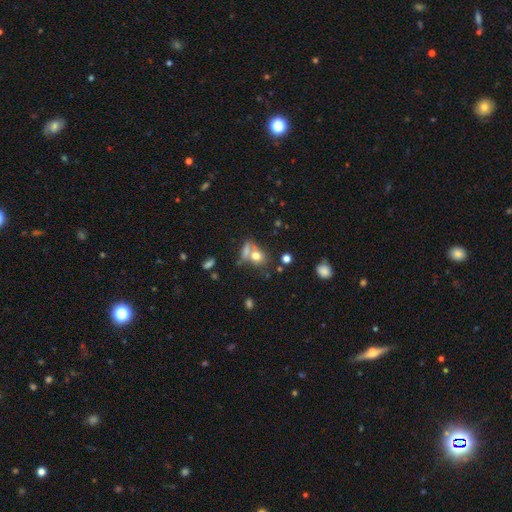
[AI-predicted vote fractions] This is likely a smooth galaxy (72%). How rounded: possibly round (50%). Merging: marginally merger (42%).